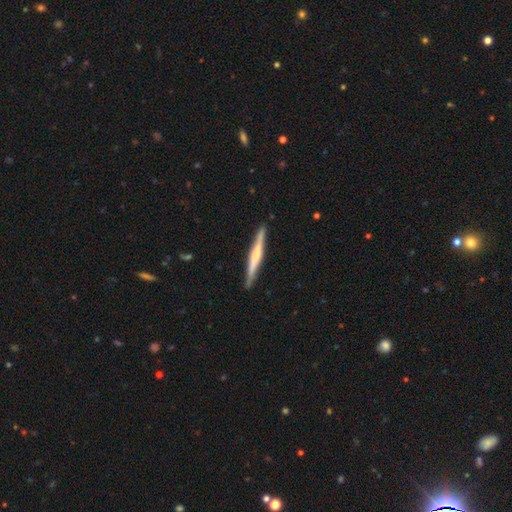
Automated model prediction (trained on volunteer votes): A featured or disk galaxy (59%) viewed edge-on (97%) with no central bulge (38%). Merging: none (89%).